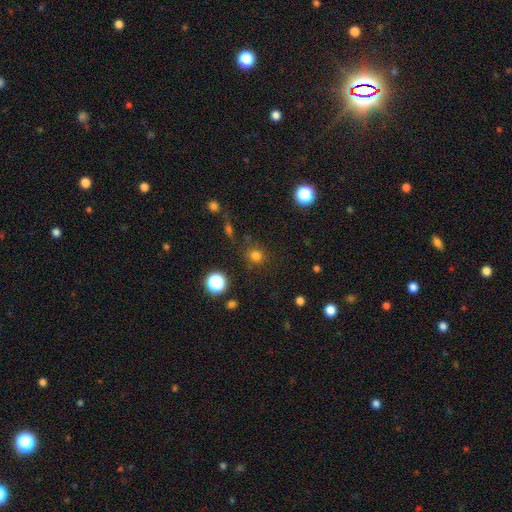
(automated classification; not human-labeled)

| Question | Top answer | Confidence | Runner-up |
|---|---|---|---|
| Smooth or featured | smooth | 74% | star or artifact (20%) |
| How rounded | round | 90% | in between (9%) |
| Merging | none | 83% | minor disturbance (10%) |